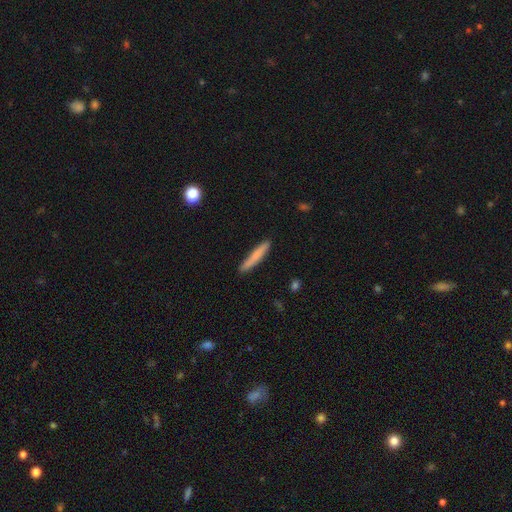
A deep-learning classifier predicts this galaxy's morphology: This appears to be a smooth galaxy with no disk features (74%) that is cigar-shaped (94%). Merging: none (86%).